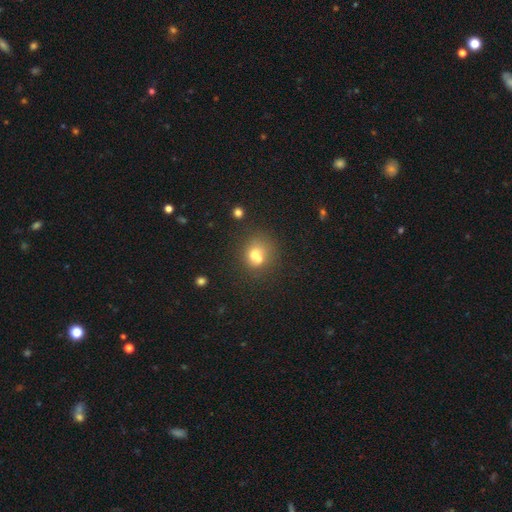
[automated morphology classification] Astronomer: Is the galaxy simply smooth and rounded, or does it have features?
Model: smooth — 65%.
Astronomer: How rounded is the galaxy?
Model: round — 70%.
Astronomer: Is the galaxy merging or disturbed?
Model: merger — 50% (runner-up: none, 33%).